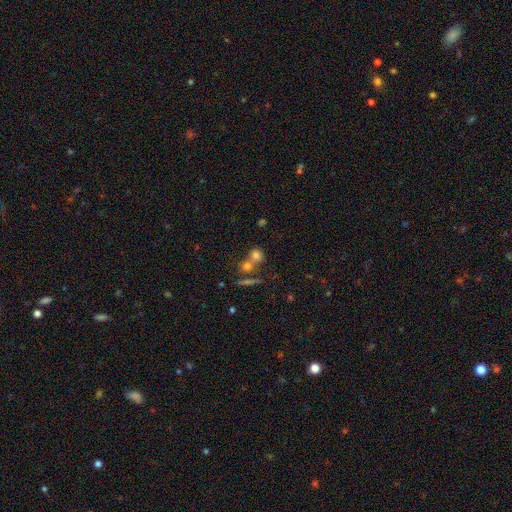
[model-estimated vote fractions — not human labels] A smooth galaxy with no disk features (72%) that is round (76%).

Vote fractions:
- Smooth or featured? smooth: 72% / featured or disk: 15% / star or artifact: 14%
- How rounded? round: 76% / in between: 20% / cigar-shaped: 3%
- Merging? none: 45% / merger: 43% / minor disturbance: 8% / major disturbance: 4%